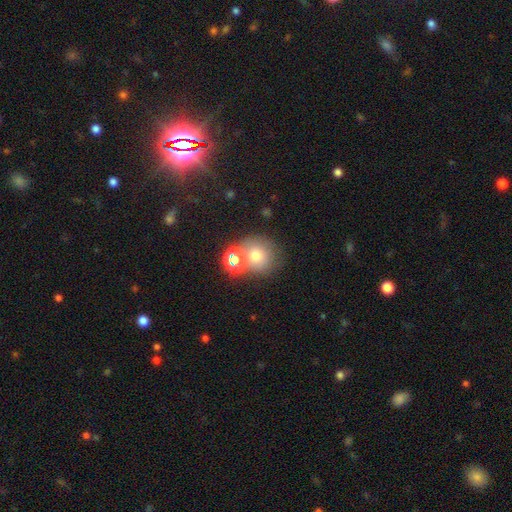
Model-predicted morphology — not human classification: Smooth or featured: smooth — 68% (star or artifact — 18%)
How rounded: round — 86% (in between — 13%)
Merging: none — 53% (merger — 31%)